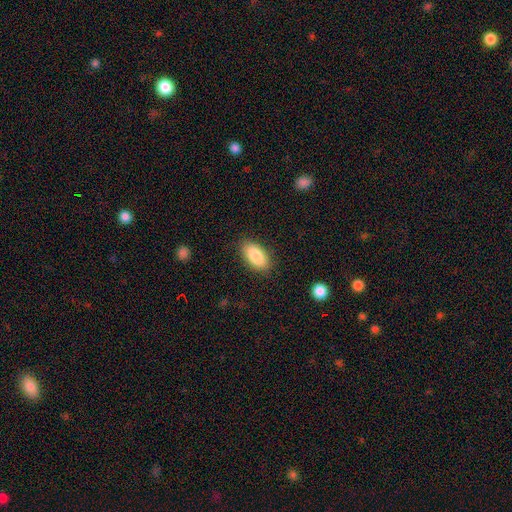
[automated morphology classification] type=smooth (88%); roundness=in between (92%); merging=none (86%).